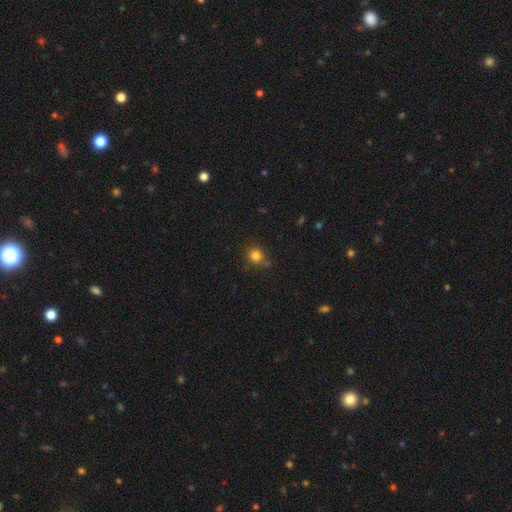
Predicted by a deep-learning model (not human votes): Smooth or featured? smooth (82%)
How rounded? round (88%)
Merging? none (72%)